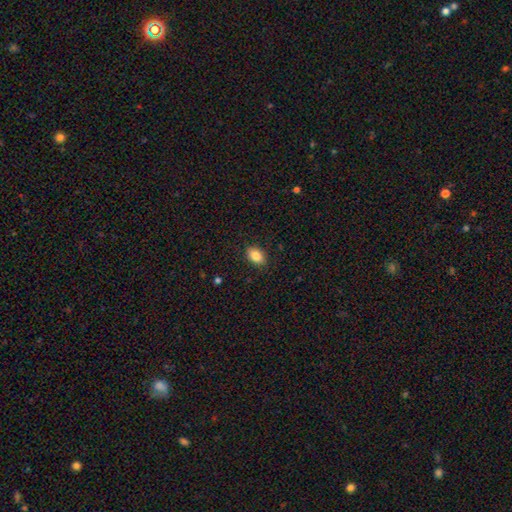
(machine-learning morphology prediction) Smooth or featured?
  - smooth: 83% *
  - star or artifact: 9%
  - featured or disk: 8%
How rounded?
  - in between: 84% *
  - round: 15%
  - cigar-shaped: 2%
Merging?
  - none: 88% *
  - minor disturbance: 9%
  - major disturbance: 2%
  - merger: 1%